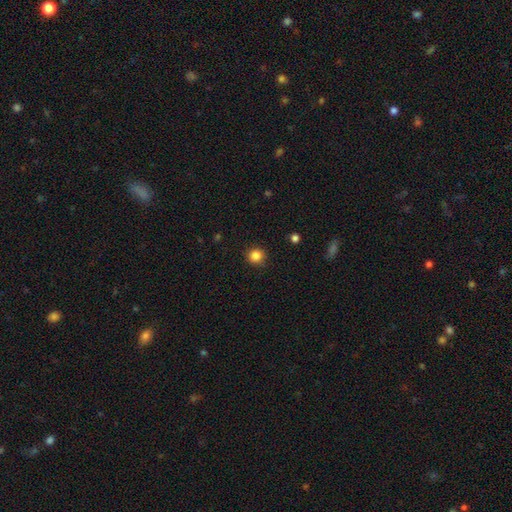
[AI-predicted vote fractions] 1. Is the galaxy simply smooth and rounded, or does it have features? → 85% smooth, 11% star or artifact, 4% featured or disk.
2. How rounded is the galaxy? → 92% round, 7% in between, 1% cigar-shaped.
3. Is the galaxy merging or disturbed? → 90% none, 7% minor disturbance, 2% major disturbance, 1% merger.